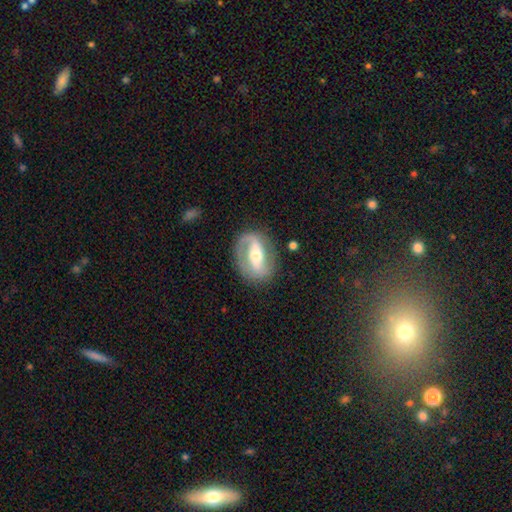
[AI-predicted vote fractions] Smooth or featured? Predicted: featured or disk (p=0.79). Edge-on disk? Predicted: no (p=0.95). Bar? Predicted: strong (p=0.50). Spiral arms? Predicted: yes (p=0.85). Spiral winding? Predicted: medium (p=0.43). Spiral arm count? Predicted: 2 (p=0.72). Bulge size? Predicted: moderate (p=0.66). Merging? Predicted: none (p=0.77).